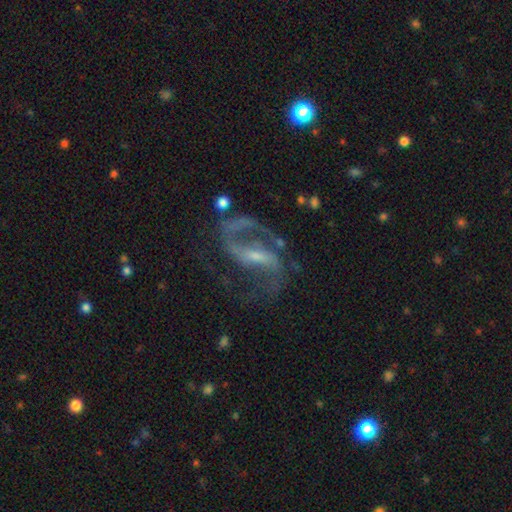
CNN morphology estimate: Smooth or featured? Predicted: featured or disk (p=0.88). Edge-on disk? Predicted: no (p=0.96). Bar? Predicted: strong (p=0.47). Spiral arms? Predicted: yes (p=0.95). Spiral winding? Predicted: medium (p=0.50). Spiral arm count? Predicted: 2 (p=0.86). Bulge size? Predicted: small (p=0.61). Merging? Predicted: none (p=0.58).